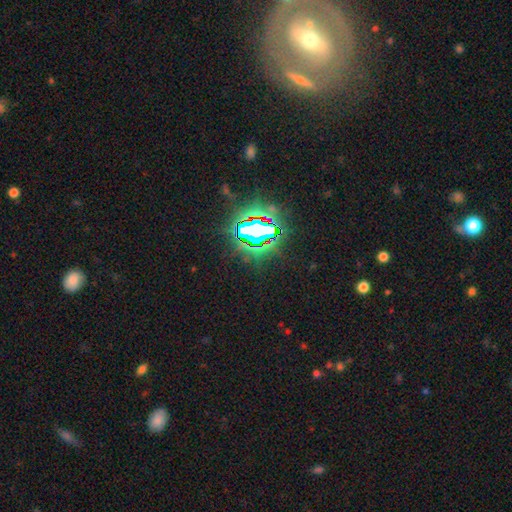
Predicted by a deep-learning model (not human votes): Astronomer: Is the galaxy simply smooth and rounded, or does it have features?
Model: star or artifact — 81%.